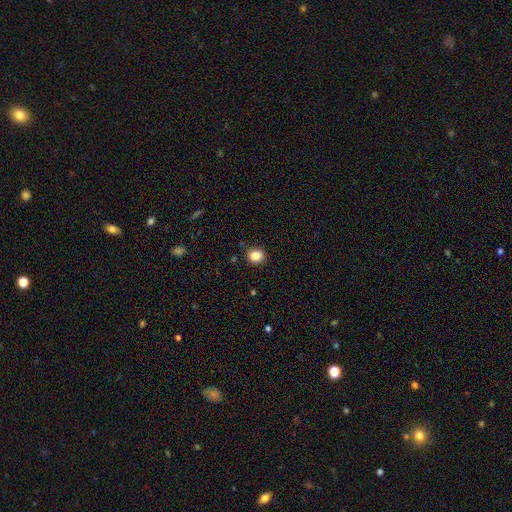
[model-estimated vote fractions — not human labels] smooth-or-featured: smooth: 86% | star or artifact: 10% | featured or disk: 3%
  how-rounded: round: 77% | in between: 22% | cigar-shaped: 1%
  merging: none: 87% | minor disturbance: 9% | major disturbance: 3% | merger: 2%